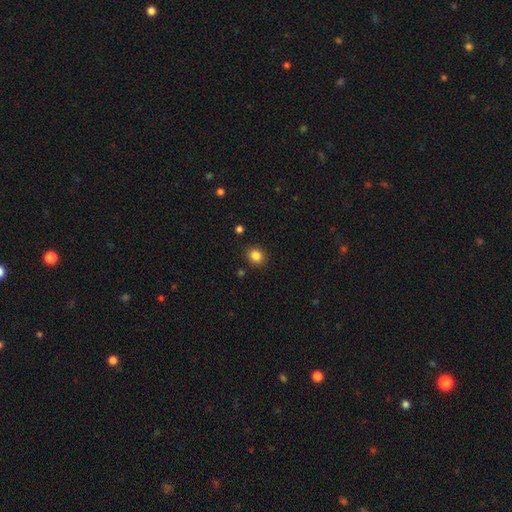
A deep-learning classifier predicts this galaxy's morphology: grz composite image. It shows a smooth galaxy with no disk features (85%) that is round (79%). Merging: none (89%).